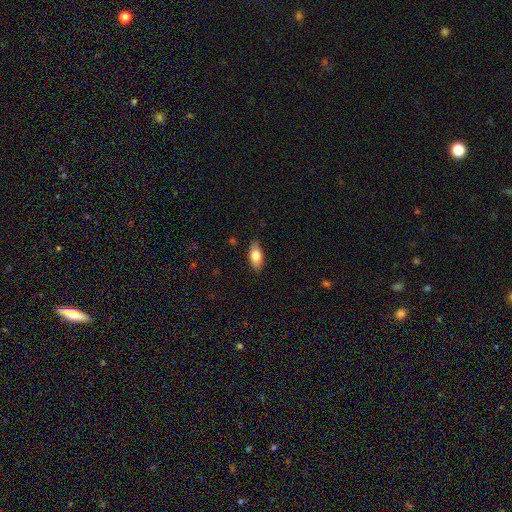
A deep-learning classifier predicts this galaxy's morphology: Overall: smooth (78%). How rounded: in between (88%). Merging: none (84%).